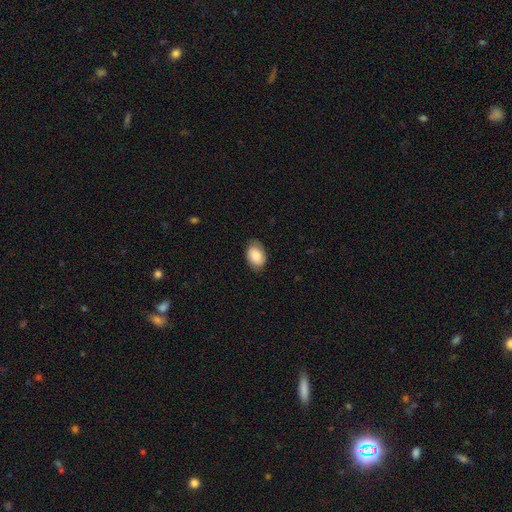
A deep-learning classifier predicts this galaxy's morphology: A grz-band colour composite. It shows a smooth galaxy with no disk features (87%) that is in between round and cigar-shaped (85%). Merging: none (82%).